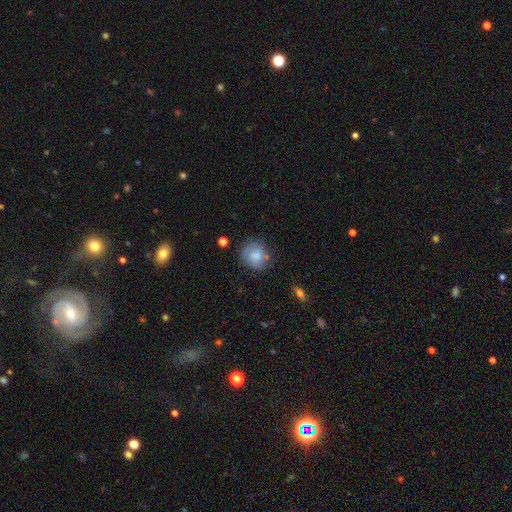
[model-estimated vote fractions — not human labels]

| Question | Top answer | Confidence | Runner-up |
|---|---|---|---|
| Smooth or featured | smooth | 73% | featured or disk (18%) |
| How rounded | round | 76% | in between (23%) |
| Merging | none | 65% | minor disturbance (23%) |